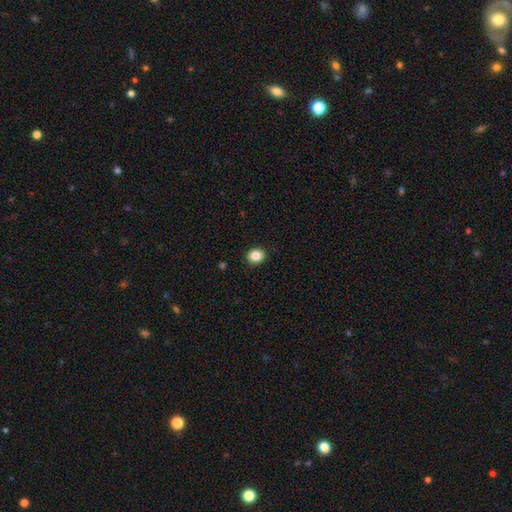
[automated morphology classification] Overall: smooth (87%). How rounded: round (60%; in between 39%). Merging: none (90%).